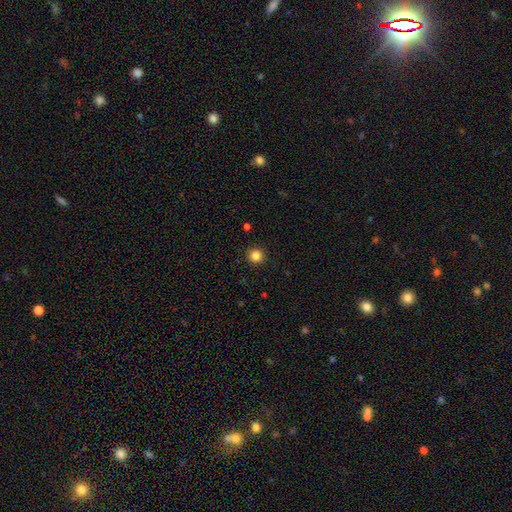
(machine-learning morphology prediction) Smooth or featured: smooth — 84% (star or artifact — 12%)
How rounded: round — 95% (in between — 4%)
Merging: none — 93% (minor disturbance — 5%)